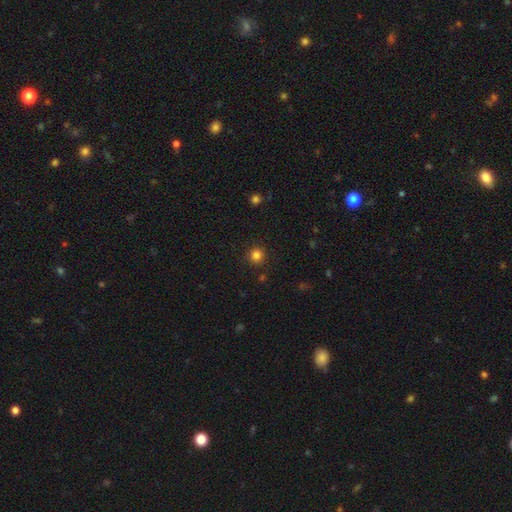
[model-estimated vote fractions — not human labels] The model was most divided on "smooth or featured": smooth: 82%, star or artifact: 13%, featured or disk: 4%. More confident: how rounded — round (93%); merging — none (91%).